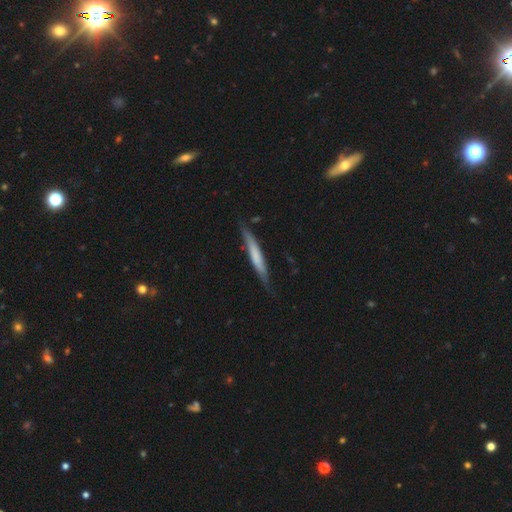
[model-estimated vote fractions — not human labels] smooth-or-featured: smooth: 55% | featured or disk: 40% | star or artifact: 5%
  how-rounded: cigar-shaped: 94% | in between: 5% | round: 1%
  merging: none: 75% | minor disturbance: 20% | major disturbance: 3% | merger: 2%